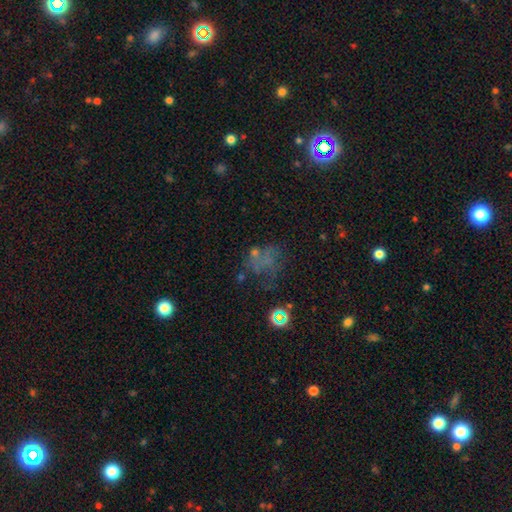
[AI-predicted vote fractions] smooth_or_featured: star or artifact (p=0.36) [alt: smooth p=0.34]